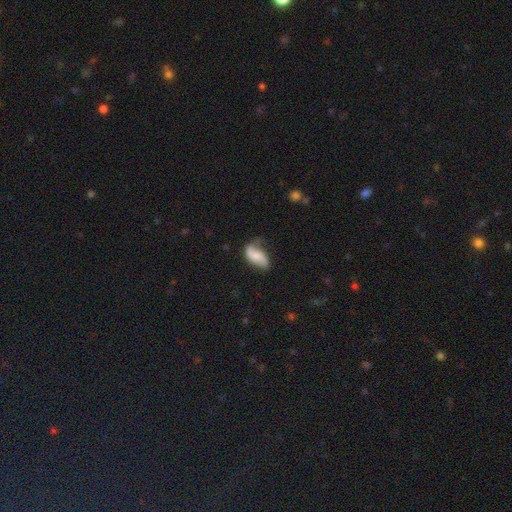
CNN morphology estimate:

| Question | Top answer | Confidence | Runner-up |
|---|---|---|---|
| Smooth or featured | featured or disk | 54% | smooth (39%) |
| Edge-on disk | no | 95% | yes (5%) |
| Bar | no | 58% | weak (30%) |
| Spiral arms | yes | 88% | no (12%) |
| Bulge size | small | 39% | moderate (28%) |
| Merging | none | 43% | minor disturbance (33%) |